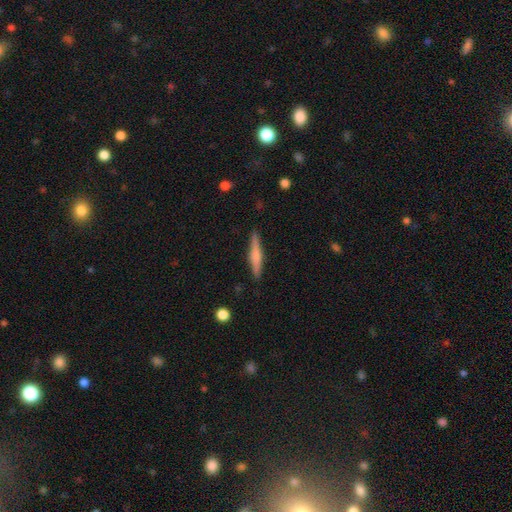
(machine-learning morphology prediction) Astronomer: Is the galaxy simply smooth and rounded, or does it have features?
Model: smooth — 49% (runner-up: featured or disk, 45%).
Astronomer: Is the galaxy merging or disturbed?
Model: none — 89%.